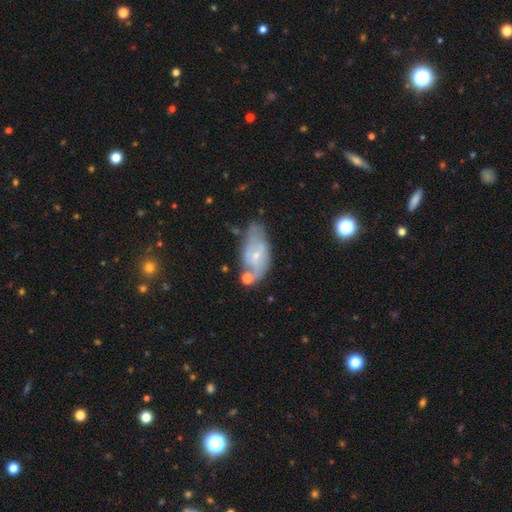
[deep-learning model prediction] Smooth or featured? featured or disk (59%)
Edge-on disk? no (91%)
Bar? no (55%)
Spiral arms? yes (65%)
Bulge size? small (70%)
Merging? none (45%)